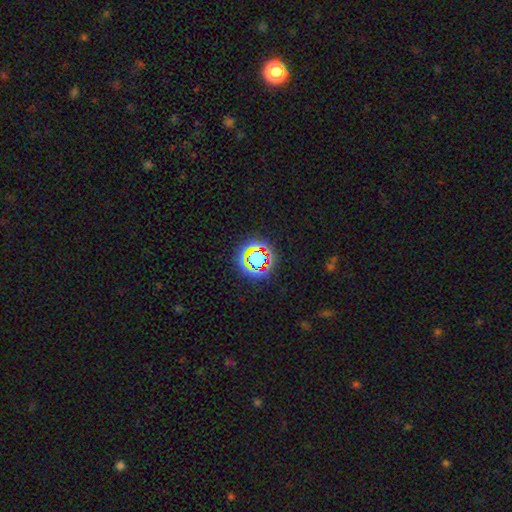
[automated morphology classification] Smooth or featured? star or artifact (57%)